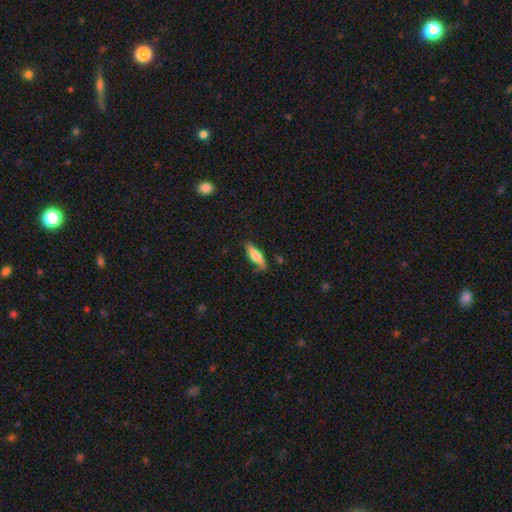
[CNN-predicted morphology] The model was most divided on "how rounded": cigar-shaped: 60%, in between: 38%, round: 2%. More confident: merging — none (73%); smooth or featured — smooth (67%).